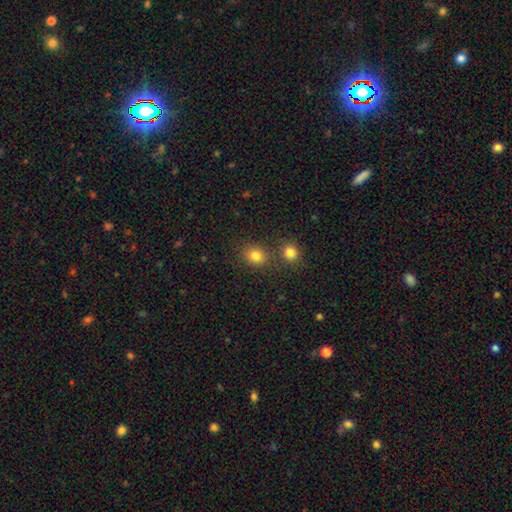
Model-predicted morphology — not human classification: type=smooth (81%); roundness=round (71%); merging=none (68%).